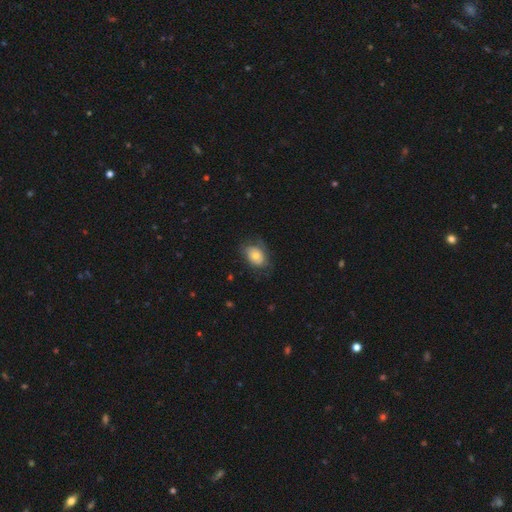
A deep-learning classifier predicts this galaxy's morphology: This appears to be a smooth galaxy with no disk features (64%) that is in between round and cigar-shaped (74%). Merging: none (65%).